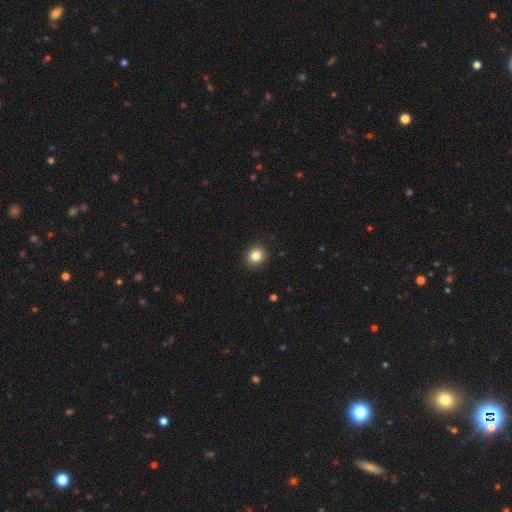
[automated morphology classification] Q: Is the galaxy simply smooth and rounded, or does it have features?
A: smooth — 84%.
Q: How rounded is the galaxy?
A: round — 83%.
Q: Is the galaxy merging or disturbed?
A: none — 92%.